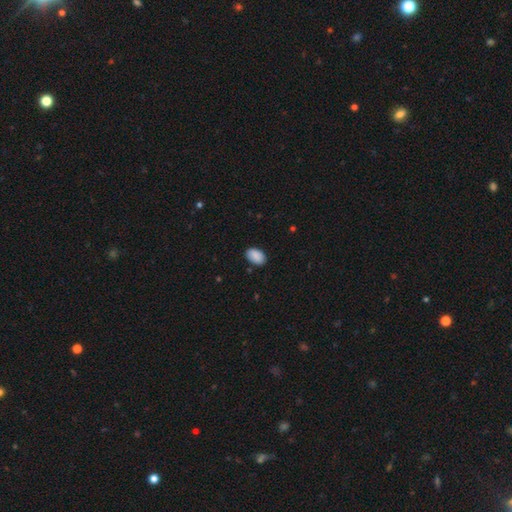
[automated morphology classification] Smooth or featured? Predicted: smooth (p=0.90). How rounded? Predicted: in between (p=0.92). Merging? Predicted: none (p=0.85).